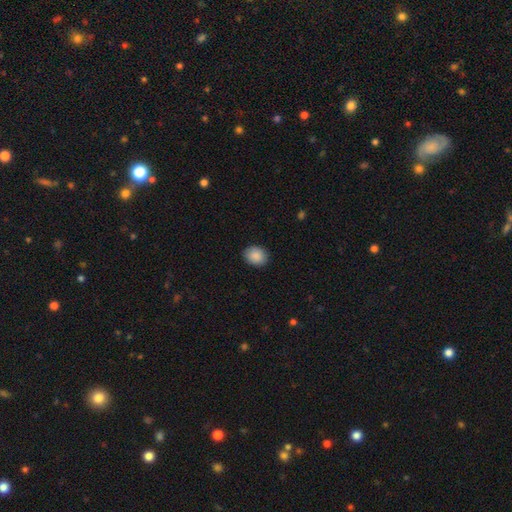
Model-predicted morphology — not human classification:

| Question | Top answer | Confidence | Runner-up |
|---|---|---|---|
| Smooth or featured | smooth | 89% | star or artifact (7%) |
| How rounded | round | 54% | in between (45%) |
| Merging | none | 89% | minor disturbance (8%) |